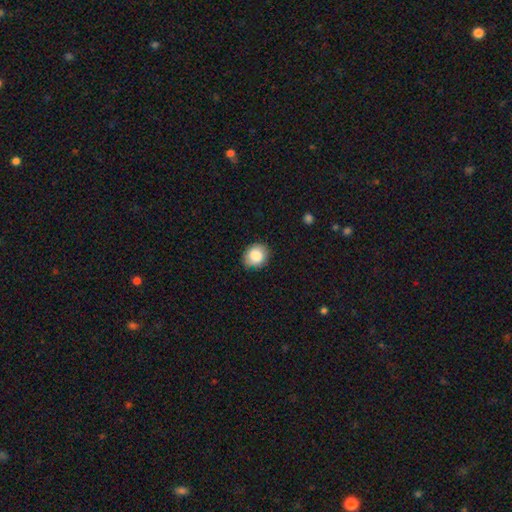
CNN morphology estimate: type=smooth (84%); roundness=round (67%); merging=none (84%).